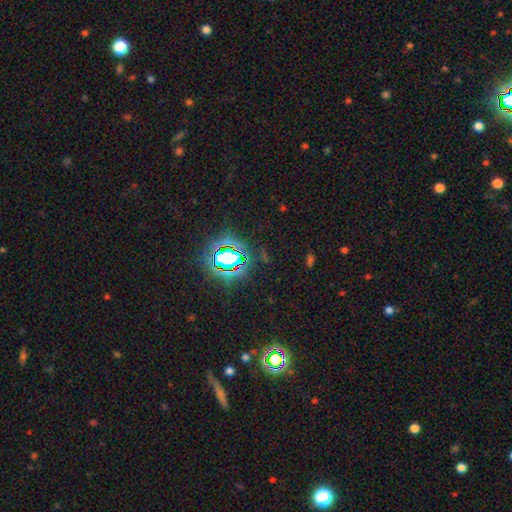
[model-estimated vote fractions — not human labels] Q: Smooth or featured?
A: star or artifact (80%); runner-up: smooth (12%)